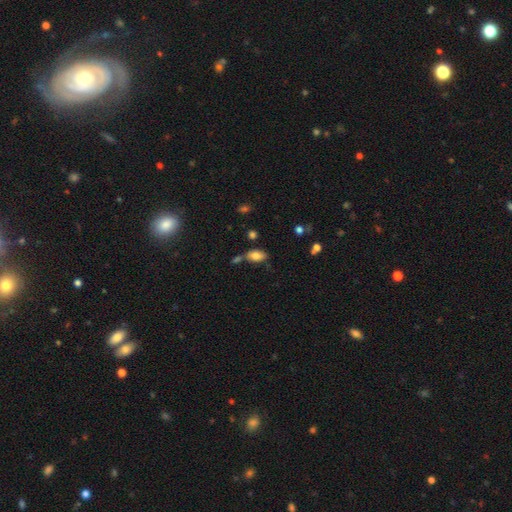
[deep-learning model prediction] Q: Smooth or featured?
A: smooth (80%); runner-up: featured or disk (11%)
Q: How rounded?
A: in between (91%); runner-up: round (5%)
Q: Merging?
A: none (61%); runner-up: merger (18%)